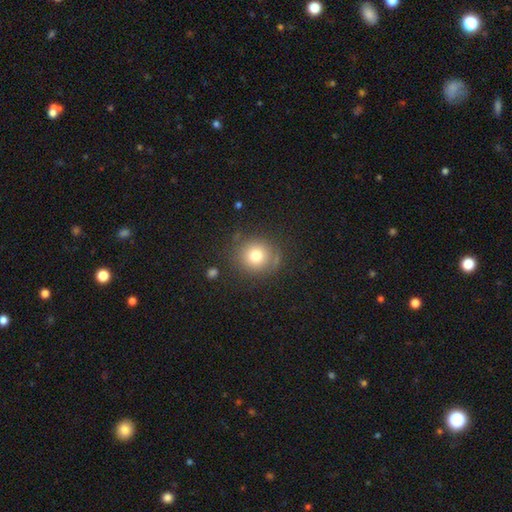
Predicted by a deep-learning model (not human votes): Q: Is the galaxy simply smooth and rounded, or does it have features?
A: smooth — 77%.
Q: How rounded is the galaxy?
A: round — 89%.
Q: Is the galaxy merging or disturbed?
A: none — 80%.